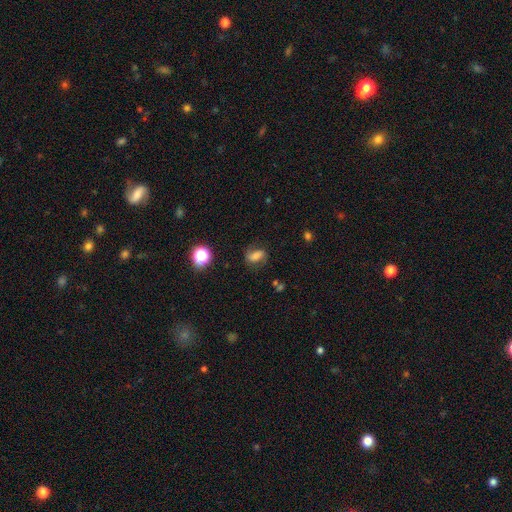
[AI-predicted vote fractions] This is marginally a smooth galaxy (43%). Merging: likely none (72%).